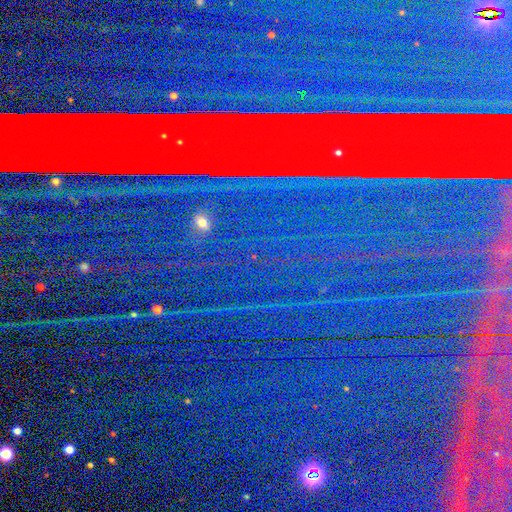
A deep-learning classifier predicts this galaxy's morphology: Smooth or featured? star or artifact (87%)